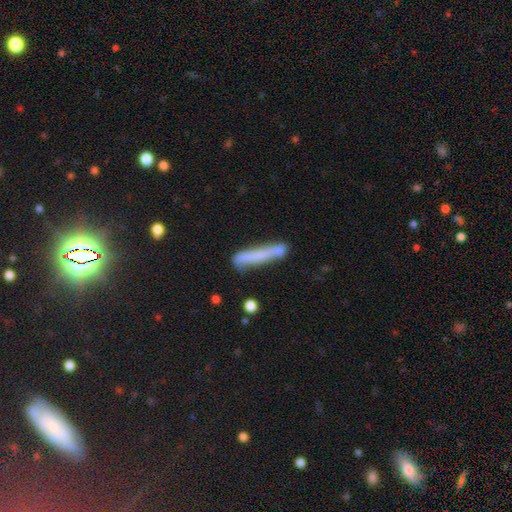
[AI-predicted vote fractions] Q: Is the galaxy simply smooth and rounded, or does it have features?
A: smooth — 65%.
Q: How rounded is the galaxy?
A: cigar-shaped — 93%.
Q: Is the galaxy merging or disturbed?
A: none — 61%.